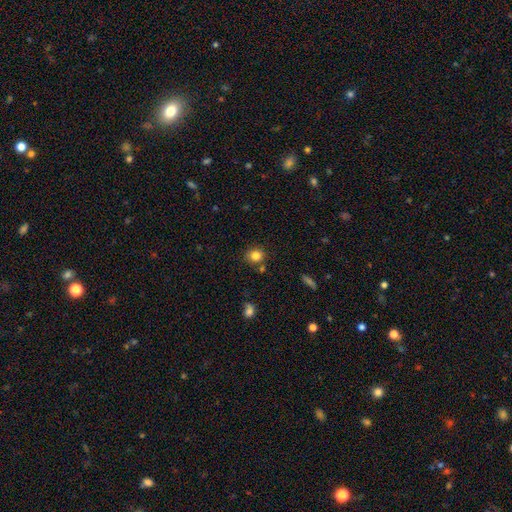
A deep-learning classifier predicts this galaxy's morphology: Smooth or featured?
  - smooth: 83% *
  - star or artifact: 11%
  - featured or disk: 6%
How rounded?
  - round: 76% *
  - in between: 23%
  - cigar-shaped: 1%
Merging?
  - none: 80% *
  - minor disturbance: 11%
  - merger: 6%
  - major disturbance: 3%